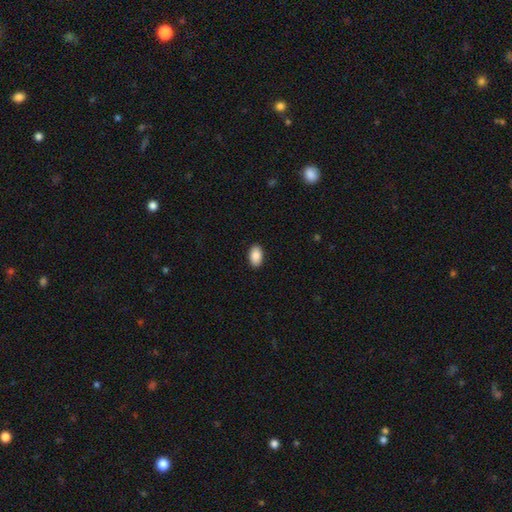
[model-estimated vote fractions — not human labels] This appears to be a smooth galaxy with no disk features (89%) that is in between round and cigar-shaped (93%). Merging: none (91%).